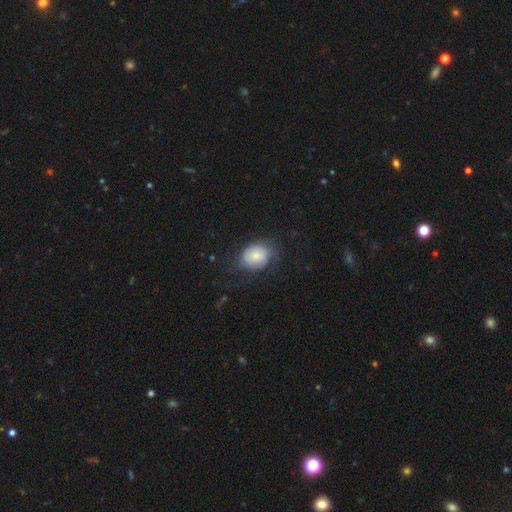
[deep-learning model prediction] Smooth or featured: smooth — 75% (featured or disk — 17%)
How rounded: in between — 57% (round — 42%)
Merging: none — 59% (minor disturbance — 25%)